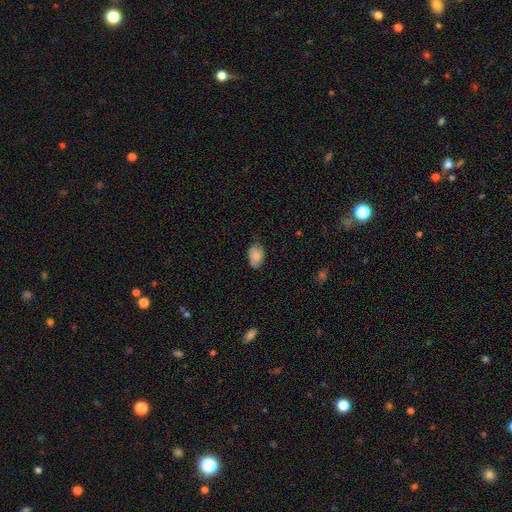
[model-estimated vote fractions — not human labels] smooth_or_featured: smooth (p=0.81) [alt: featured or disk p=0.11]
how_rounded: in between (p=0.88) [alt: round p=0.11]
merging: none (p=0.68) [alt: minor disturbance p=0.26]